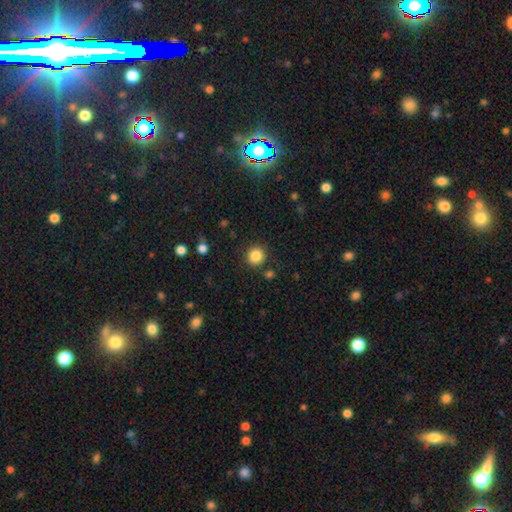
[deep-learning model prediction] Smooth or featured? smooth (85%)
How rounded? round (90%)
Merging? none (87%)